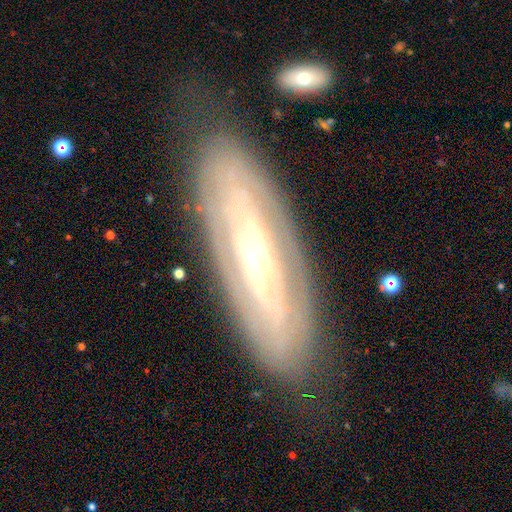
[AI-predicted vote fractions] A featured or disk galaxy (79%) with no bar (49%), spiral arms (76%) and a small central bulge (59%). Merging: none (81%).